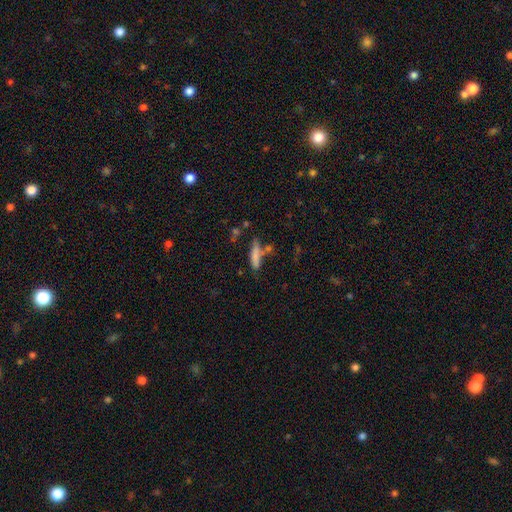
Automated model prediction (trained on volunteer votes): This is likely a smooth galaxy (74%). How rounded: likely cigar-shaped (66%). Merging: possibly none (51%).